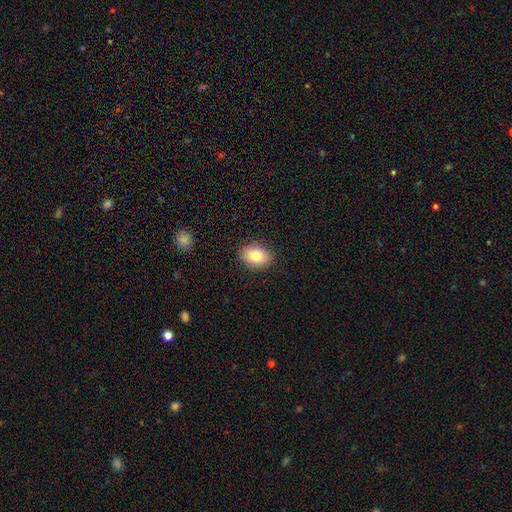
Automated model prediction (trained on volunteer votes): A smooth galaxy with no disk features (82%) that is in between round and cigar-shaped (73%).

Vote fractions:
- Smooth or featured? smooth: 82% / featured or disk: 10% / star or artifact: 8%
- How rounded? in between: 73% / round: 26% / cigar-shaped: 1%
- Merging? none: 89% / minor disturbance: 8% / major disturbance: 2% / merger: 1%